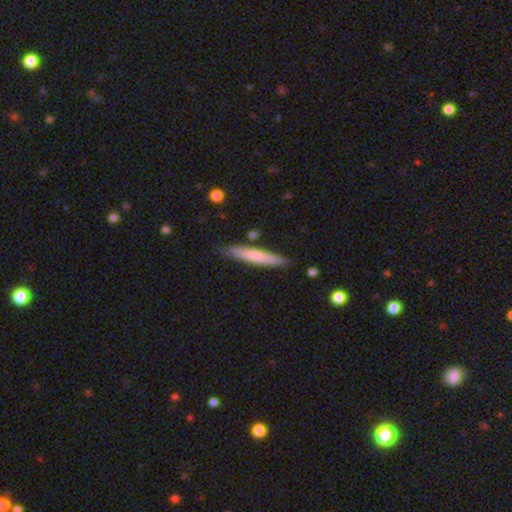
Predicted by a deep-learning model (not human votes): Smooth or featured?
  - smooth: 68% *
  - featured or disk: 27%
  - star or artifact: 5%
How rounded?
  - cigar-shaped: 91% *
  - in between: 7%
  - round: 1%
Merging?
  - none: 81% *
  - minor disturbance: 14%
  - merger: 3%
  - major disturbance: 2%